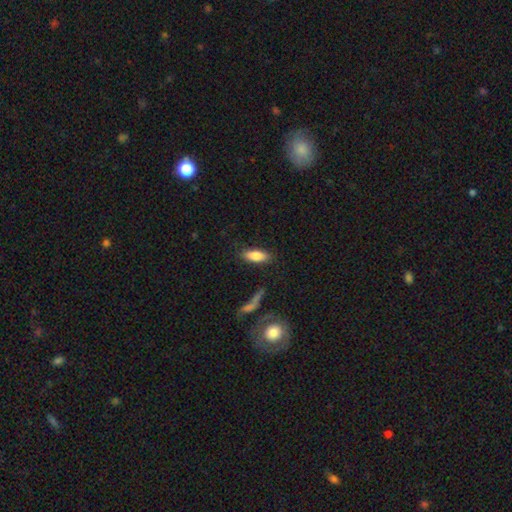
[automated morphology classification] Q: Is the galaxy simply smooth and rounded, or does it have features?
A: smooth — 81%.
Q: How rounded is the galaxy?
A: in between — 72%.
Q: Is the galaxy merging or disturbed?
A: none — 84%.